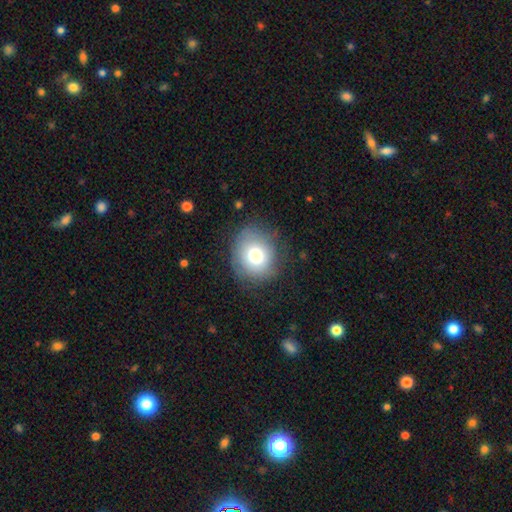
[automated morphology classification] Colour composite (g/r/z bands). It shows a smooth galaxy with no disk features (75%) that is round (77%). Merging: none (78%).